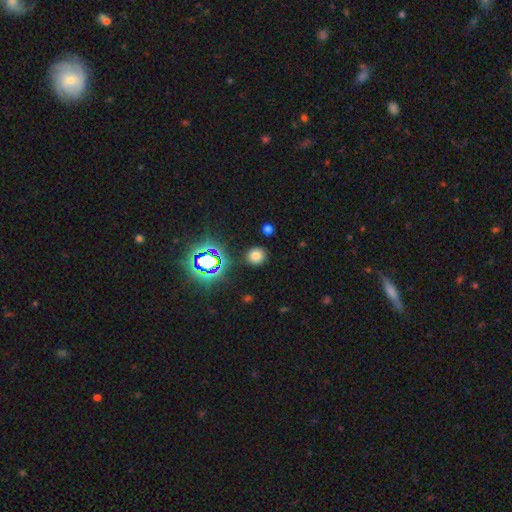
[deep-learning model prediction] Smooth or featured? Predicted: smooth (p=0.70). How rounded? Predicted: round (p=0.88). Merging? Predicted: none (p=0.87).